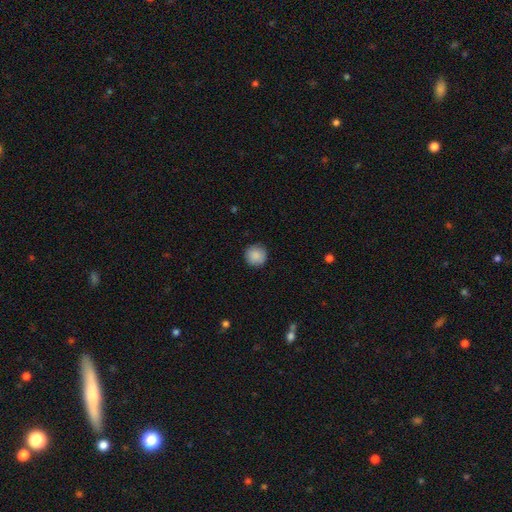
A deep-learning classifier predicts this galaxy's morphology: Q: Smooth or featured?
A: smooth (88%); runner-up: star or artifact (8%)
Q: How rounded?
A: round (95%); runner-up: in between (4%)
Q: Merging?
A: none (90%); runner-up: minor disturbance (7%)